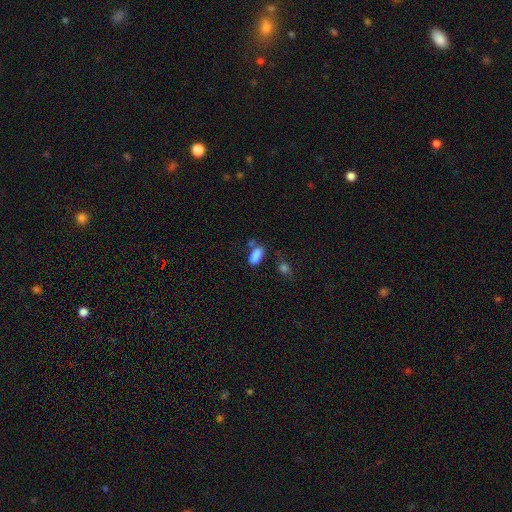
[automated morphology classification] Q: Smooth or featured?
A: smooth (83%); runner-up: star or artifact (11%)
Q: How rounded?
A: in between (87%); runner-up: cigar-shaped (8%)
Q: Merging?
A: none (48%); runner-up: merger (23%)